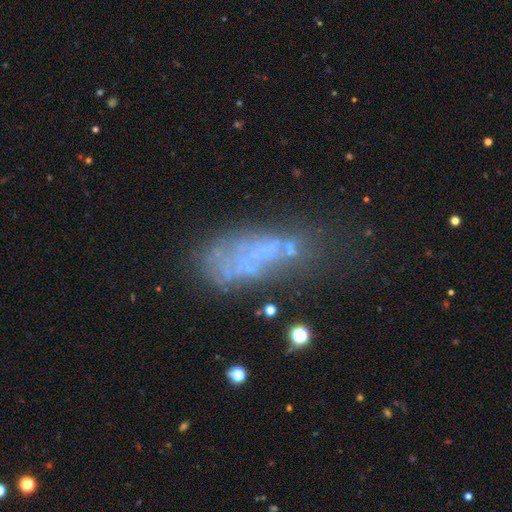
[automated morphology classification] smooth_or_featured: featured or disk (p=0.48) [alt: smooth p=0.32]
merging: none (p=0.37) [alt: major disturbance p=0.27]